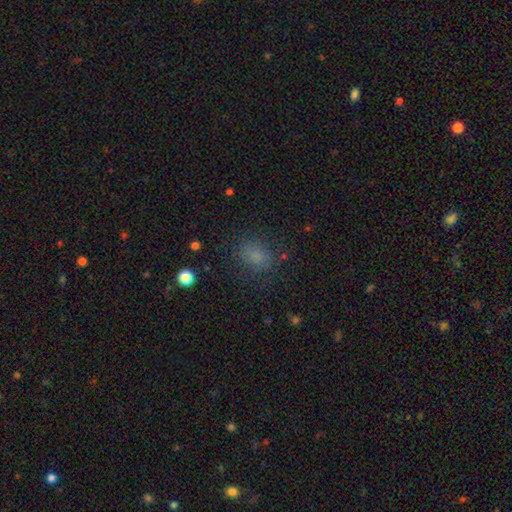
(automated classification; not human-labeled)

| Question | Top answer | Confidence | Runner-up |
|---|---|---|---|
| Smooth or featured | smooth | 76% | star or artifact (17%) |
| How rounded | in between | 62% | round (36%) |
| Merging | none | 77% | minor disturbance (14%) |